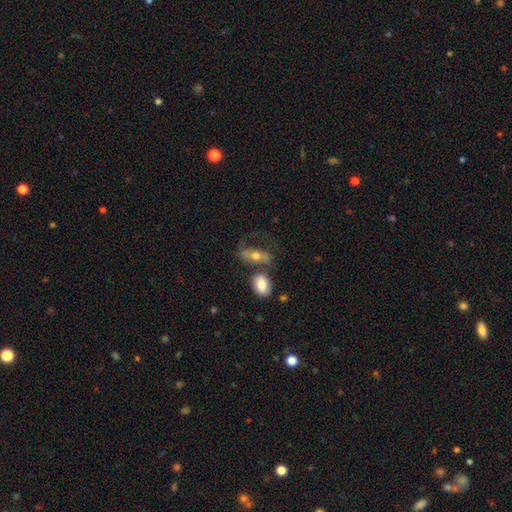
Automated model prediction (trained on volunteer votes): smooth_or_featured: smooth (p=0.58) [alt: featured or disk p=0.32]
how_rounded: in between (p=0.79) [alt: round p=0.13]
merging: none (p=0.38) [alt: merger p=0.30]